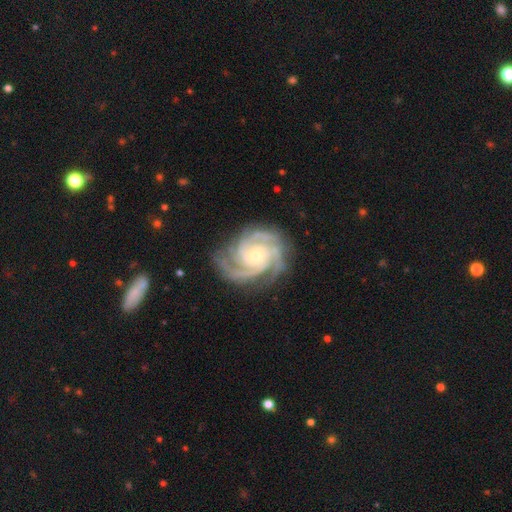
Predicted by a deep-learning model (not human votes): smooth-or-featured: featured or disk: 93% | star or artifact: 4% | smooth: 3%
  disk-edge-on: no: 98% | yes: 2%
    bar: no: 70% | weak: 24% | strong: 7%
    has-spiral-arms: yes: 99% | no: 1%
      spiral-winding: tight: 70% | medium: 27% | loose: 3%
      spiral-arm-count: 3: 35% (tied) | 4: 35% (tied) | can't tell: 9% | 2: 8% | more than 4: 7% | 1: 6%
    bulge-size: small: 58% | moderate: 38% | large: 2% | none: 1% | dominant: 1%
  merging: none: 79% | minor disturbance: 15% | major disturbance: 5% | merger: 1%